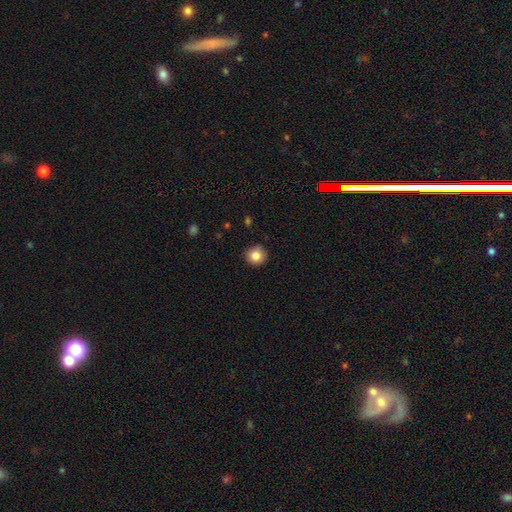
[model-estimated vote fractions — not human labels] The model was most divided on "smooth or featured": smooth: 83%, star or artifact: 10%, featured or disk: 7%. More confident: how rounded — round (93%); merging — none (90%).